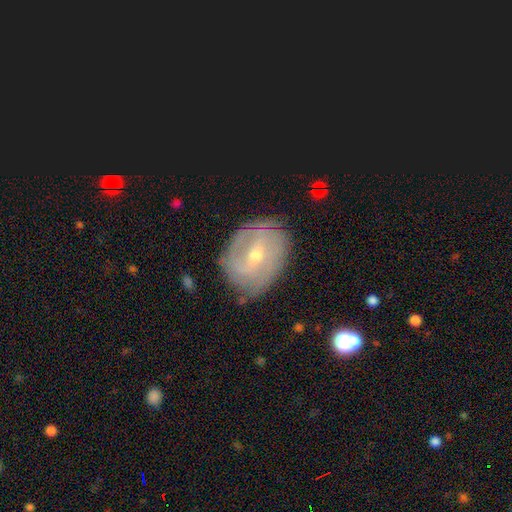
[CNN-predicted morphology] smooth-or-featured: featured or disk: 78% | smooth: 15% | star or artifact: 7%
  disk-edge-on: no: 95% | yes: 5%
    bar: weak: 51% | no: 25% | strong: 24%
    has-spiral-arms: yes: 87% | no: 13%
      spiral-winding: tight: 62% | medium: 28% | loose: 10%
      spiral-arm-count: can't tell: 40% | 2: 33% | 3: 12% | 4: 6% | 1: 5% | more than 4: 4%
    bulge-size: small: 56% | moderate: 42% | large: 1% | none: 1% | dominant: 1%
  merging: none: 74% | minor disturbance: 19% | major disturbance: 6% | merger: 1%